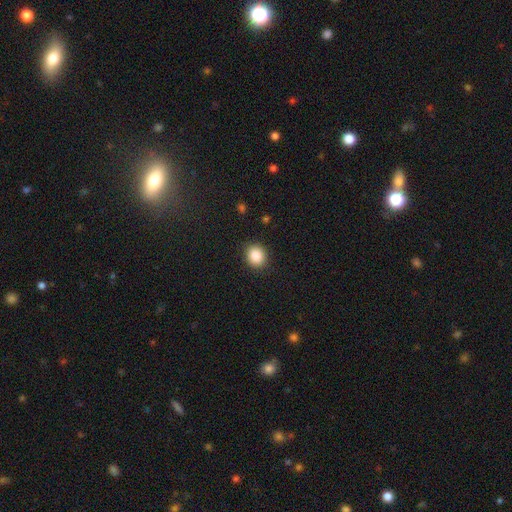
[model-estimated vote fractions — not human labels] A smooth galaxy with no disk features (87%) that is round (75%). Merging: none (89%).